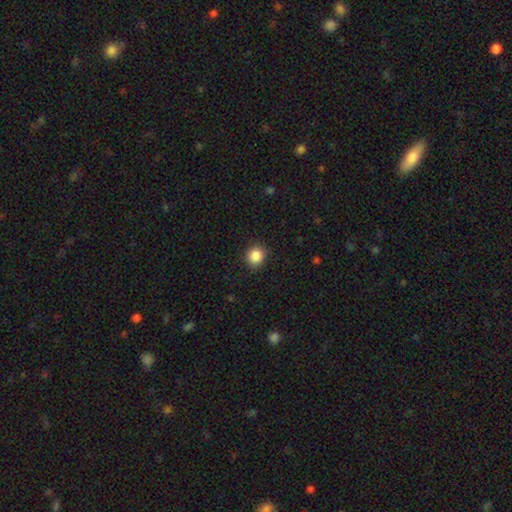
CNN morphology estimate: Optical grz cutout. It shows a smooth galaxy with no disk features (87%) that is round (85%). Merging: none (89%).